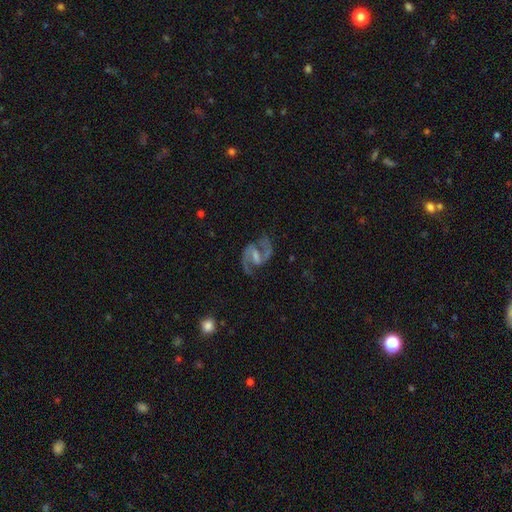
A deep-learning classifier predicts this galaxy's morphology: smooth-or-featured: featured or disk: 92% | star or artifact: 5% | smooth: 3%
  disk-edge-on: no: 98% | yes: 2%
    bar: weak: 48% | strong: 37% | no: 15%
    has-spiral-arms: yes: 98% | no: 2%
      spiral-winding: medium: 64% | loose: 22% | tight: 14%
      spiral-arm-count: 2: 94% | can't tell: 2% | 1: 1% | 3: 1% | 4: 1% | more than 4: 1%
    bulge-size: small: 43% | moderate: 30% | none: 23% | large: 3% | dominant: 1%
  merging: none: 79% | minor disturbance: 13% | major disturbance: 6% | merger: 2%